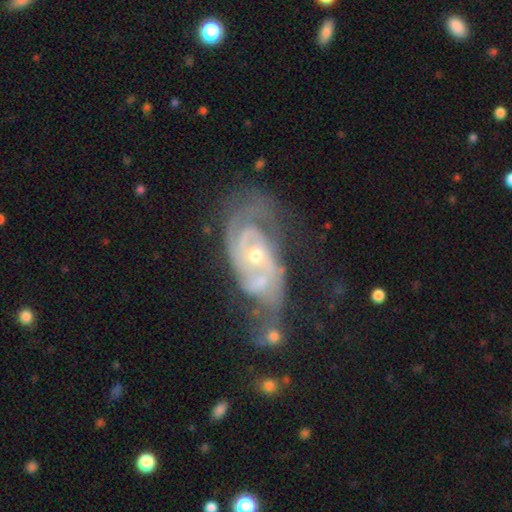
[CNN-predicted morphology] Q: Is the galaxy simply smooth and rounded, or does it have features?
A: featured or disk — 88%.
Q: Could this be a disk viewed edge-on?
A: no — 96%.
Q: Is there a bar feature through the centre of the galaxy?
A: no — 68%.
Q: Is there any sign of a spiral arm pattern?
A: yes — 96%.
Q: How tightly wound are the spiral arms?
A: tight — 62%.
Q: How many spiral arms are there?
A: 2 — 52%.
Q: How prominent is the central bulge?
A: small — 55%.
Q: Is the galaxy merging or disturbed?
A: none — 41%.